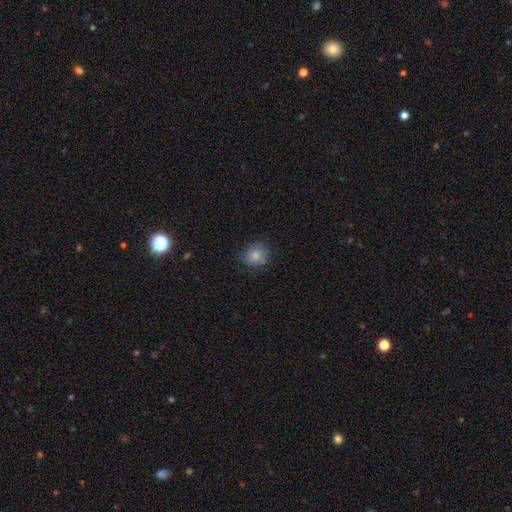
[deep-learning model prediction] smooth 81%, star or artifact 10%, featured or disk 9%. Down the decision tree: how rounded — round (78%); merging — none (74%).